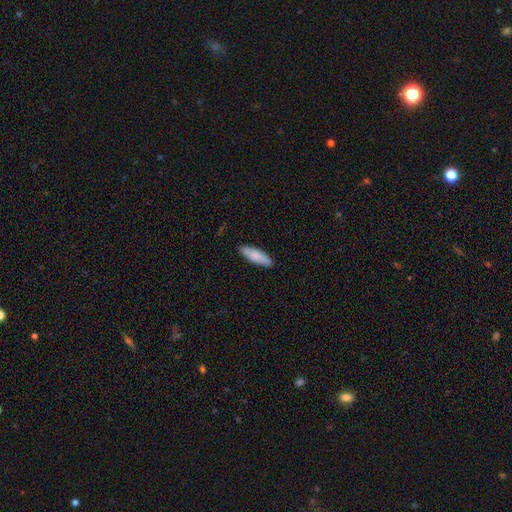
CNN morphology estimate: type=smooth (82%); roundness=cigar-shaped (51%); merging=none (88%).